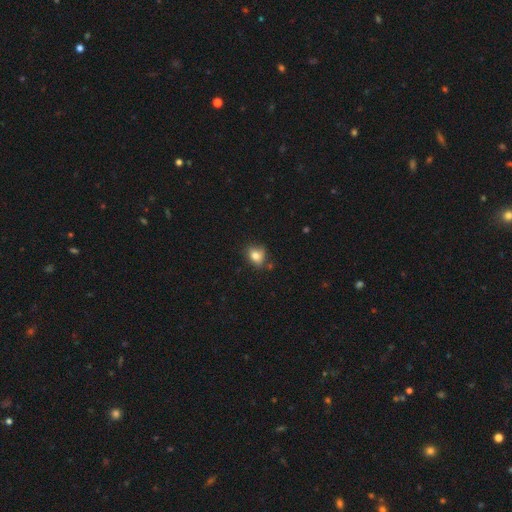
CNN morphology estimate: This is clearly a smooth galaxy (81%). How rounded: possibly round (54%). Merging: likely none (69%).